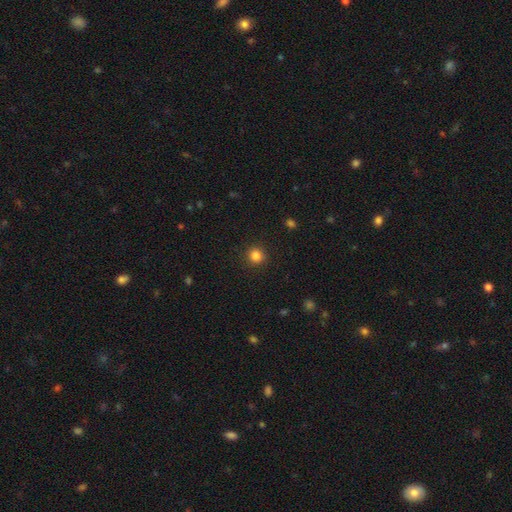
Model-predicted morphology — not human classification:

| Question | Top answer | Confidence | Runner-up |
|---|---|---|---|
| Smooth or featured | smooth | 84% | star or artifact (12%) |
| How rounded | round | 92% | in between (8%) |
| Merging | none | 91% | minor disturbance (6%) |